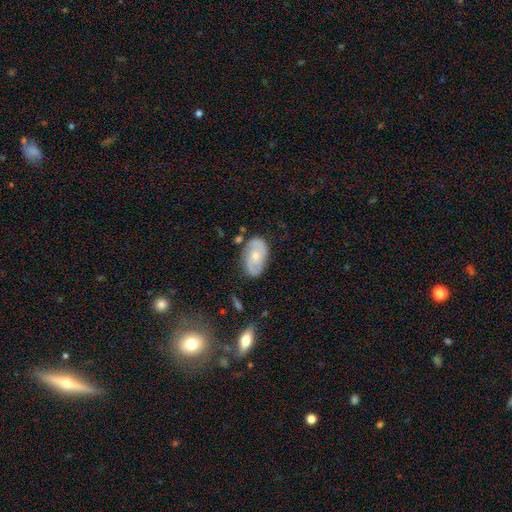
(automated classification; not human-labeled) A featured or disk galaxy (61%) with no bar (73%), spiral arms (80%) and a small central bulge (51%).

Vote fractions:
- Smooth or featured? featured or disk: 61% / smooth: 33% / star or artifact: 7%
- Edge-on disk? no: 95% / yes: 5%
- Bar? no: 73% / weak: 22% / strong: 5%
- Spiral arms? yes: 80% / no: 20%
- Bulge size? small: 51% / moderate: 46% / large: 1% / none: 1% / dominant: 1%
- Merging? none: 73% / minor disturbance: 19% / major disturbance: 5% / merger: 3%